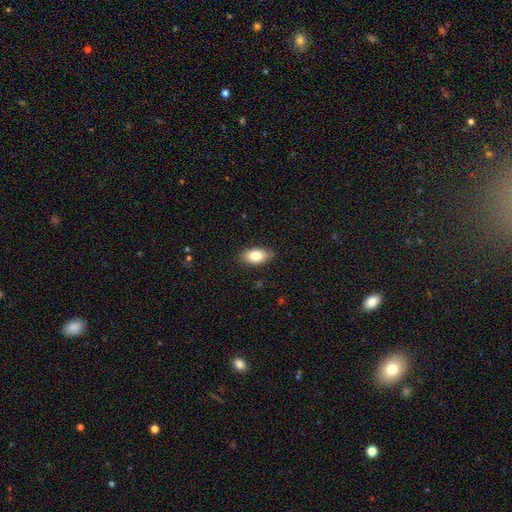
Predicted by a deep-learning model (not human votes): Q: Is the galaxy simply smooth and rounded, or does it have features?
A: smooth — 83%.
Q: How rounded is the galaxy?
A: in between — 92%.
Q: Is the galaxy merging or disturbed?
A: none — 86%.